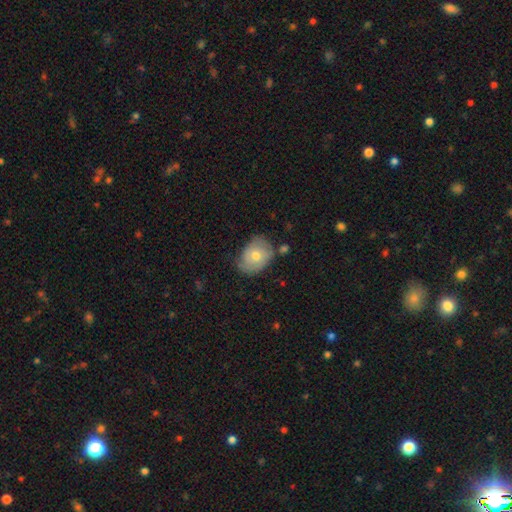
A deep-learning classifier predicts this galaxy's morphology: Q: Smooth or featured?
A: smooth (52%); runner-up: featured or disk (40%)
Q: How rounded?
A: in between (67%); runner-up: round (32%)
Q: Merging?
A: none (57%); runner-up: minor disturbance (31%)